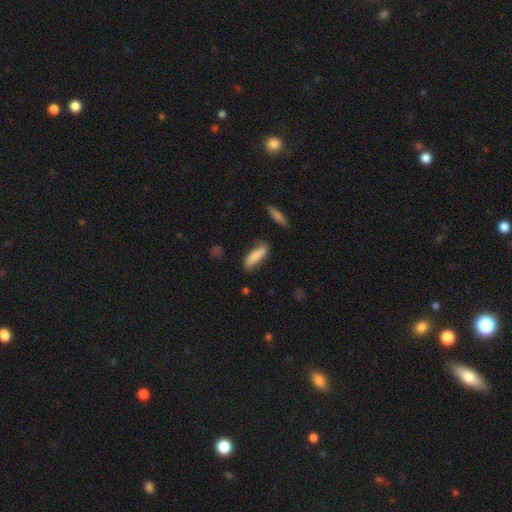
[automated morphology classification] smooth-or-featured: smooth: 82% | featured or disk: 12% | star or artifact: 6%
  how-rounded: cigar-shaped: 51% | in between: 47% | round: 2%
  merging: none: 69% | minor disturbance: 22% | major disturbance: 5% | merger: 4%